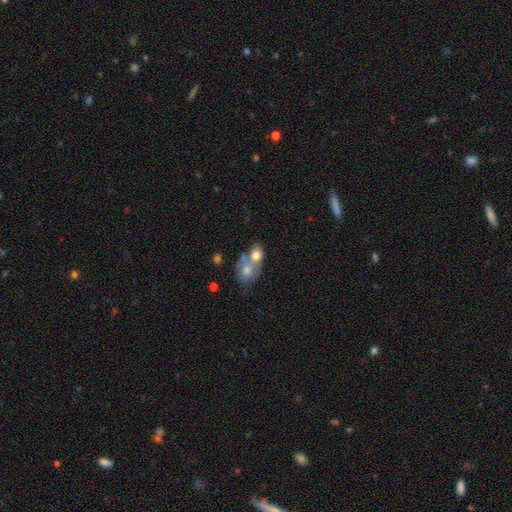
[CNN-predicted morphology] Smooth or featured: smooth — 73% (featured or disk — 18%)
How rounded: in between — 65% (round — 33%)
Merging: merger — 61% (none — 25%)